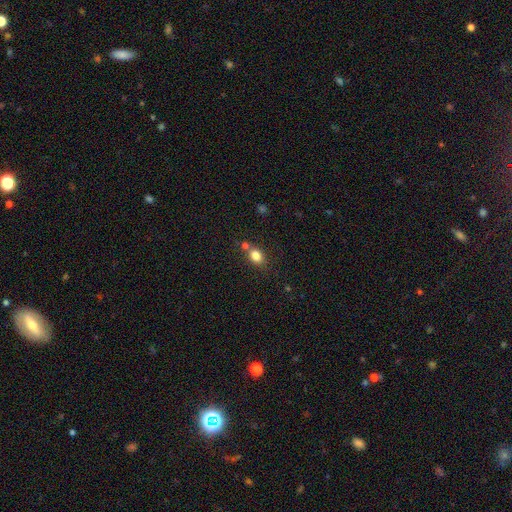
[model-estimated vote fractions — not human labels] This is clearly a smooth galaxy (81%). How rounded: possibly in between (55%). Merging: likely none (61%).